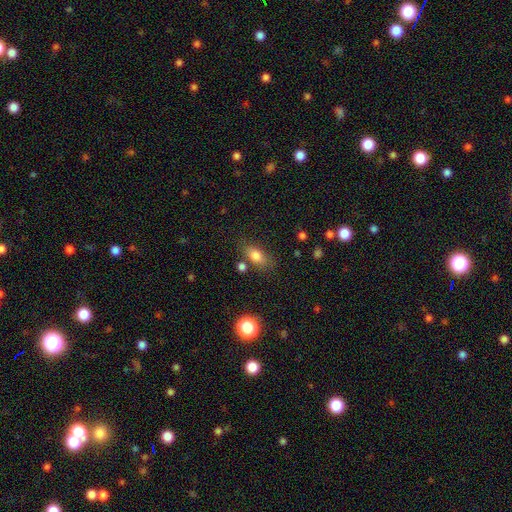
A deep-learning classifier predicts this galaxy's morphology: Overall: smooth (80%). How rounded: in between (83%). Merging: none (73%).